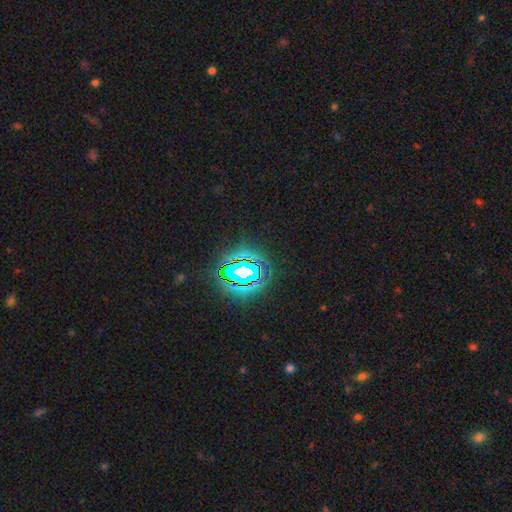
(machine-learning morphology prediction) A star or artifact, not a galaxy (83%).